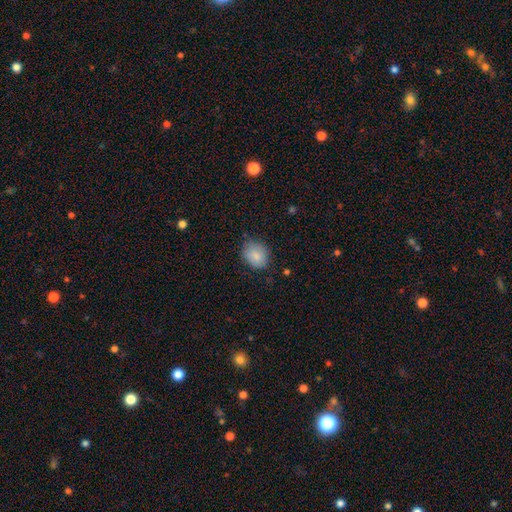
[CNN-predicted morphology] Smooth or featured? smooth (84%)
How rounded? in between (51%)
Merging? none (71%)